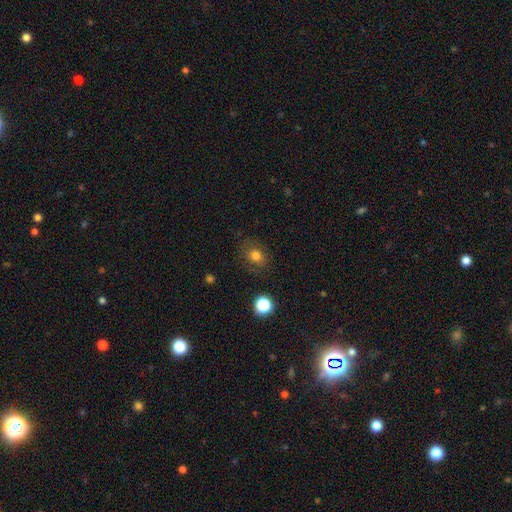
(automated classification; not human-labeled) Morphology: type=smooth (76%); roundness=round (56%); merging=none (79%).